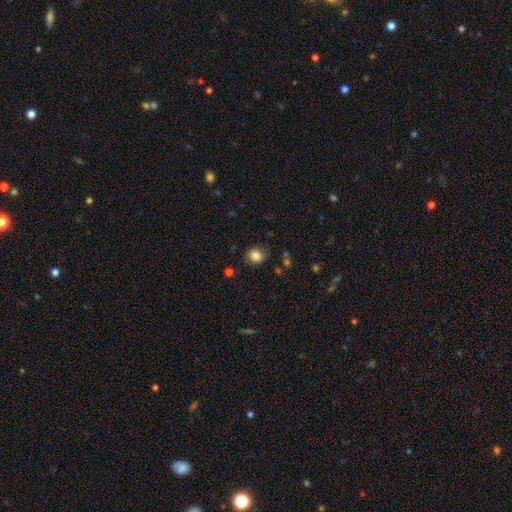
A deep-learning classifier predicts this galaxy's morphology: Smooth or featured?
  - smooth: 79% *
  - featured or disk: 11%
  - star or artifact: 10%
How rounded?
  - round: 59% *
  - in between: 40%
  - cigar-shaped: 1%
Merging?
  - none: 75% *
  - minor disturbance: 17%
  - major disturbance: 6%
  - merger: 2%